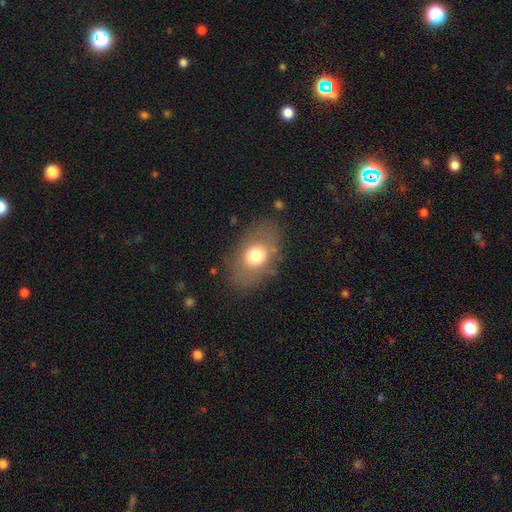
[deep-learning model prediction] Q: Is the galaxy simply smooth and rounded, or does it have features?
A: smooth — 68%.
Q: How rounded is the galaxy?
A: in between — 76%.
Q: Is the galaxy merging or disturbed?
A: none — 77%.